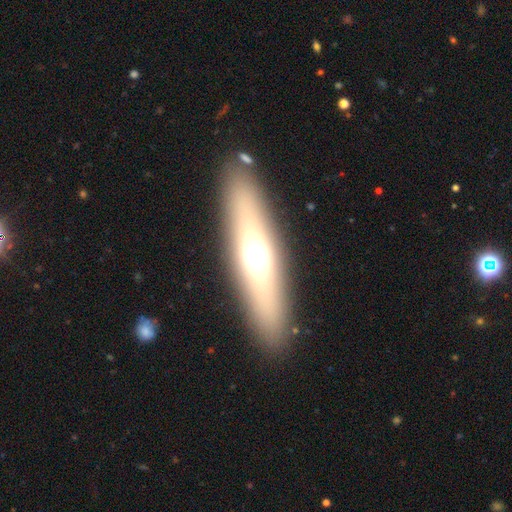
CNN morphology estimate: smooth_or_featured: featured or disk (p=0.50) [alt: smooth p=0.40]
disk_edge_on: yes (p=0.77) [alt: no p=0.23]
merging: none (p=0.88) [alt: minor disturbance p=0.08]